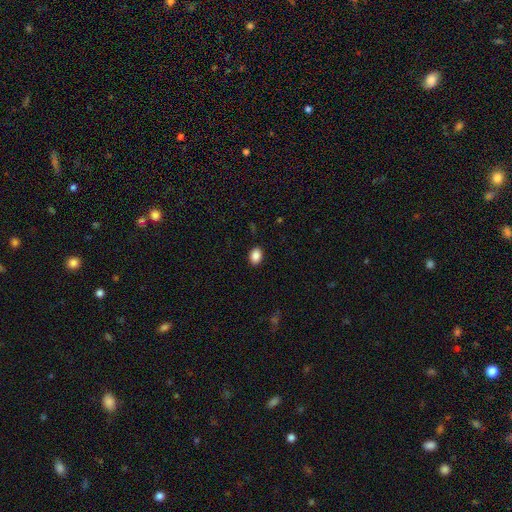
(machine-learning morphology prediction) Smooth or featured?
  - smooth: 88% *
  - star or artifact: 8%
  - featured or disk: 3%
How rounded?
  - in between: 75% *
  - round: 24%
  - cigar-shaped: 1%
Merging?
  - none: 90% *
  - minor disturbance: 7%
  - major disturbance: 2%
  - merger: 1%